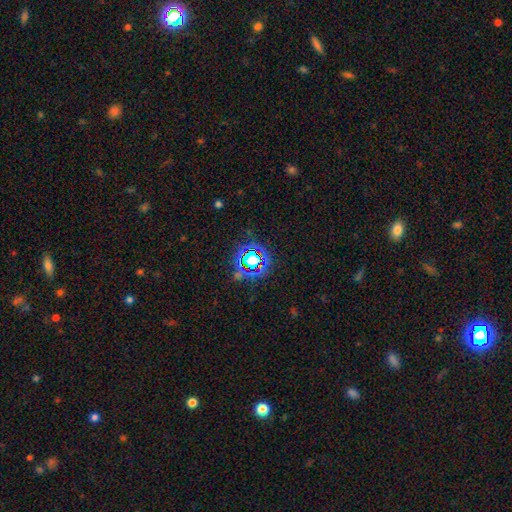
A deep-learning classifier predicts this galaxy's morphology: This appears to be a star or artifact, not a galaxy (69%).